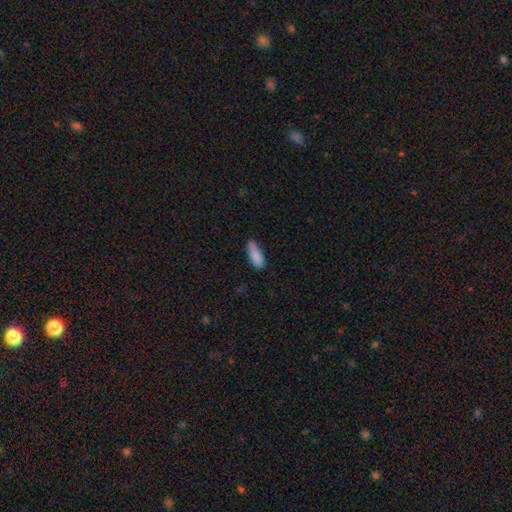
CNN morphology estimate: type=smooth (87%); roundness=in between (60%); merging=none (71%).